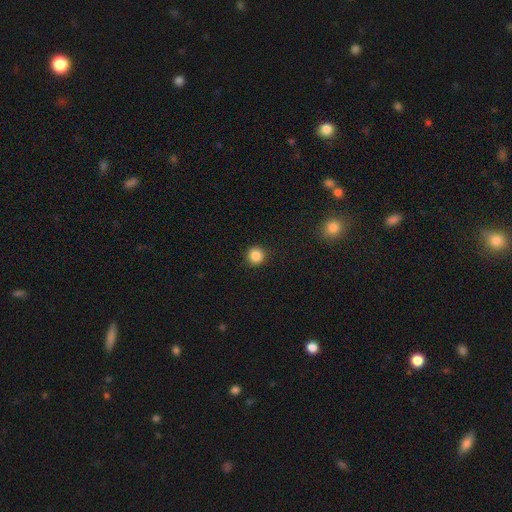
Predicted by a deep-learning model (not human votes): Smooth or featured? smooth (86%)
How rounded? round (95%)
Merging? none (92%)